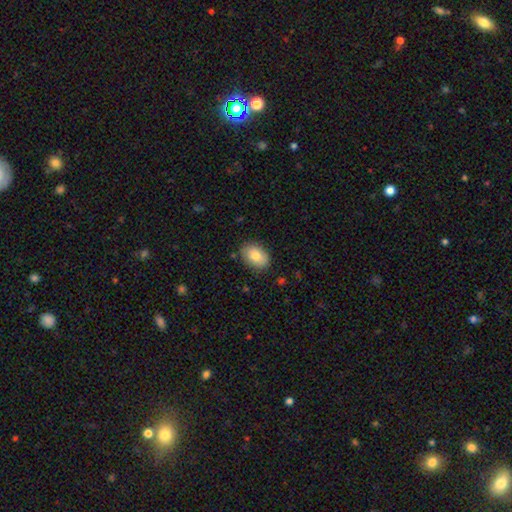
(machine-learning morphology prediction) Smooth or featured? Predicted: smooth (p=0.81). How rounded? Predicted: in between (p=0.83). Merging? Predicted: none (p=0.84).